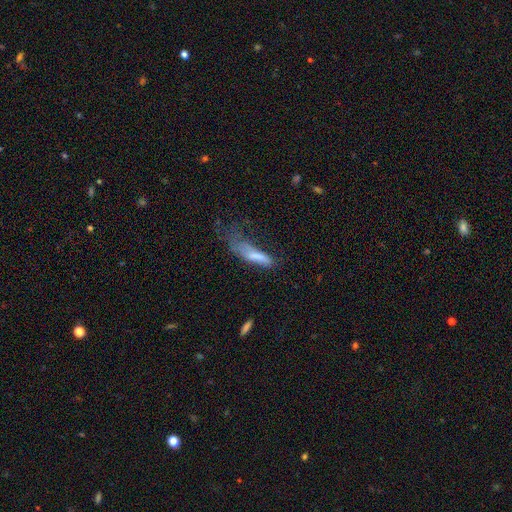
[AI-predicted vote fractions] Smooth or featured? Predicted: smooth (p=0.69). How rounded? Predicted: cigar-shaped (p=0.69). Merging? Predicted: major disturbance (p=0.49).